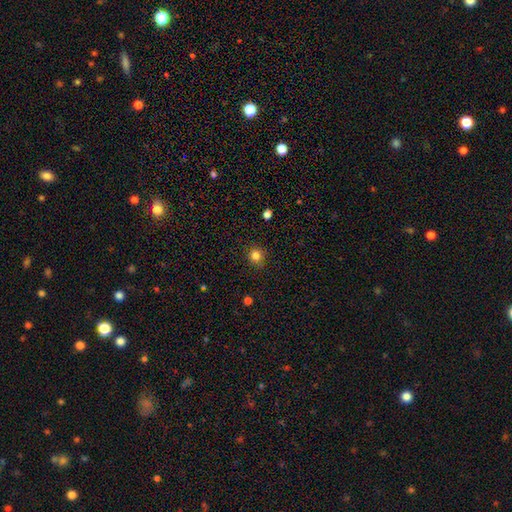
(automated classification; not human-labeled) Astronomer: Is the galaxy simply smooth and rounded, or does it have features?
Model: smooth — 82%.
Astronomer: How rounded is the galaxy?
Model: round — 89%.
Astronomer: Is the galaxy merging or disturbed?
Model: none — 89%.